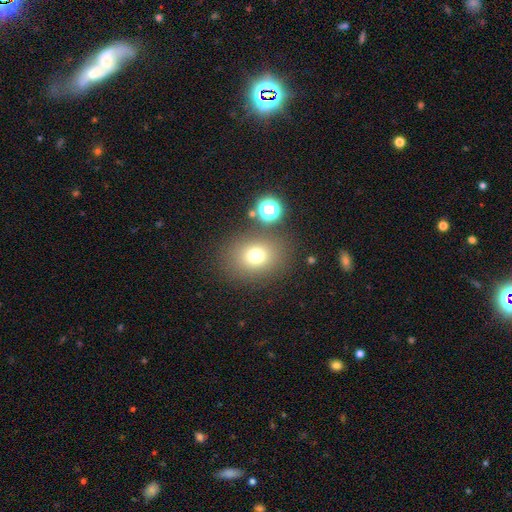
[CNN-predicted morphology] smooth_or_featured: smooth (p=0.74) [alt: star or artifact p=0.16]
how_rounded: round (p=0.59) [alt: in between p=0.40]
merging: none (p=0.79) [alt: minor disturbance p=0.10]